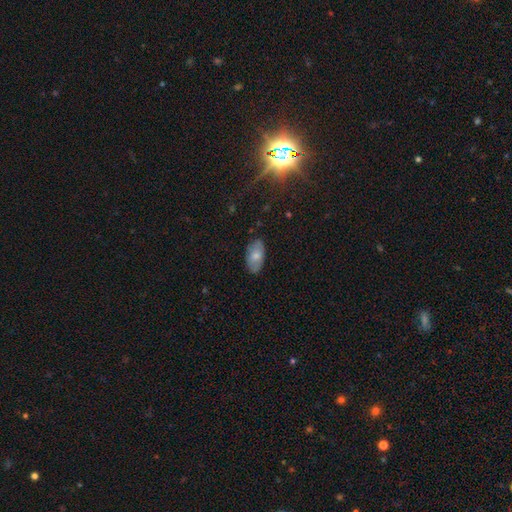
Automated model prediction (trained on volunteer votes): Smooth or featured? smooth (72%)
How rounded? in between (94%)
Merging? none (82%)